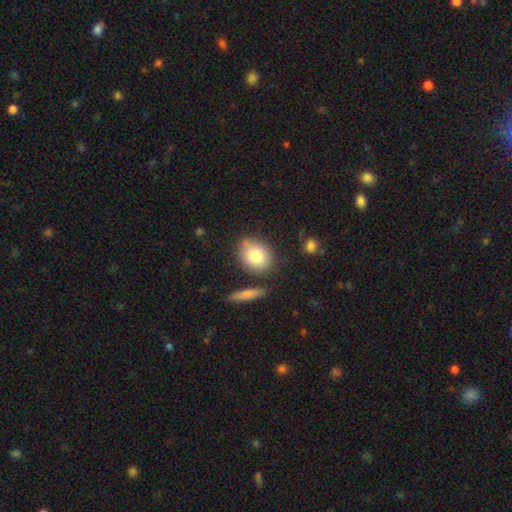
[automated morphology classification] smooth_or_featured: smooth (p=0.80) [alt: featured or disk p=0.12]
how_rounded: round (p=0.50) [alt: in between p=0.48]
merging: none (p=0.73) [alt: minor disturbance p=0.13]